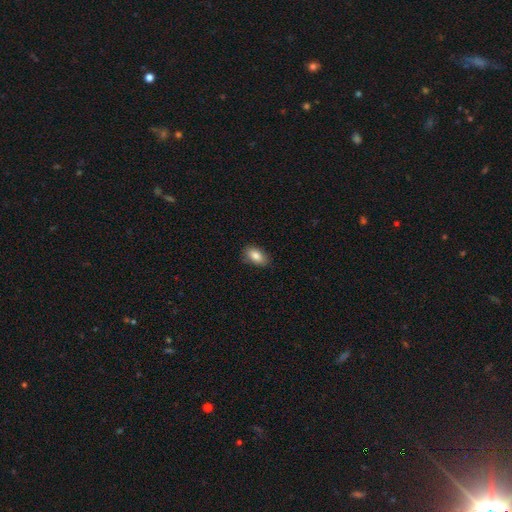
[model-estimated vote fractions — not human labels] This appears to be a smooth galaxy with no disk features (85%) that is in between round and cigar-shaped (90%). Merging: none (83%).